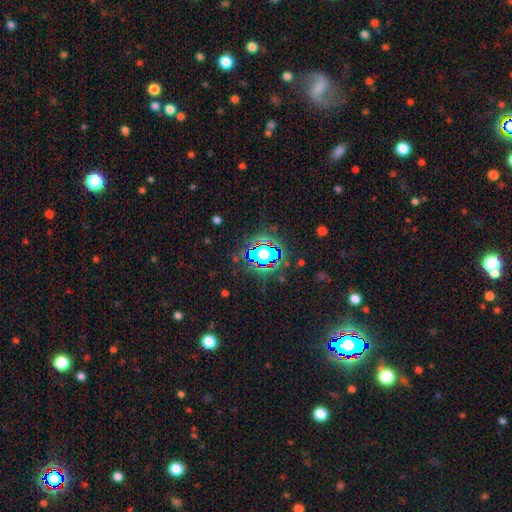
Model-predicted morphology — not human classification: A star or artifact, not a galaxy (72%).

Vote fractions:
- Smooth or featured? star or artifact: 72% / smooth: 18% / featured or disk: 10%